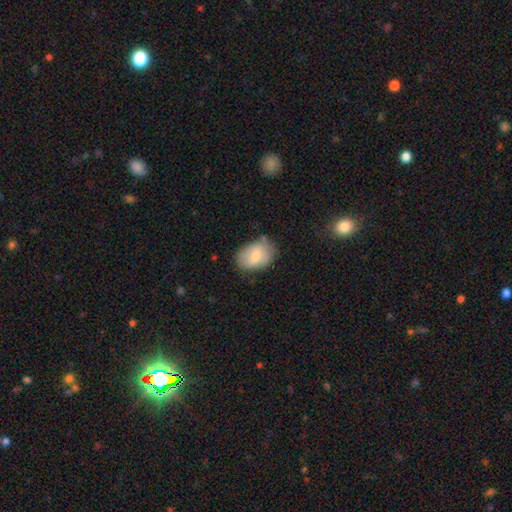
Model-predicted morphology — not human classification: Q: Smooth or featured?
A: smooth (72%); runner-up: featured or disk (21%)
Q: How rounded?
A: in between (82%); runner-up: round (17%)
Q: Merging?
A: none (65%); runner-up: minor disturbance (26%)